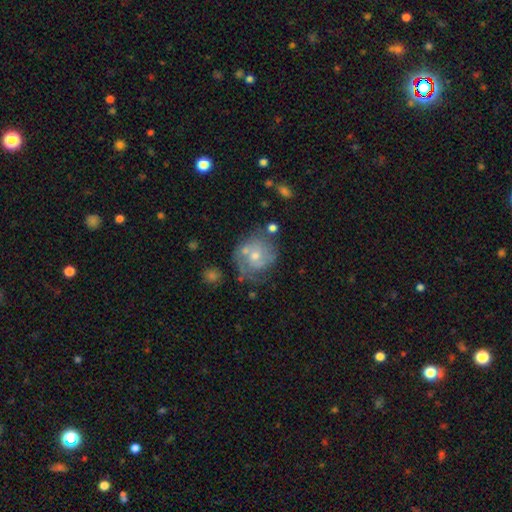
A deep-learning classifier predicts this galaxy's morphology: Smooth or featured: featured or disk — 65% (smooth — 25%)
Edge-on disk: no — 97% (yes — 3%)
Bar: no — 74% (weak — 22%)
Spiral arms: yes — 79% (no — 21%)
Bulge size: moderate — 50% (small — 45%)
Merging: none — 54% (minor disturbance — 22%)